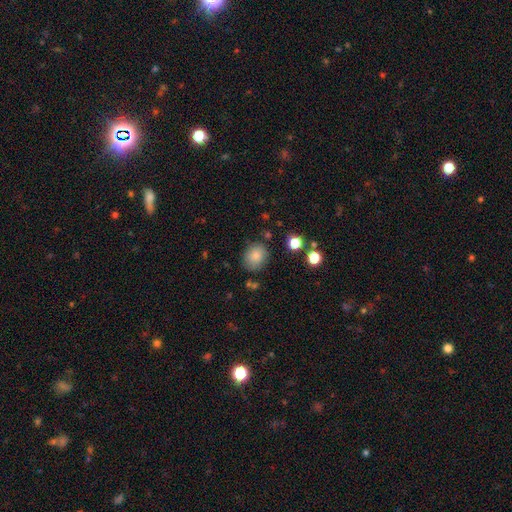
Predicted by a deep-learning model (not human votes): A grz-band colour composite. It shows a smooth galaxy with no disk features (83%) that is round (62%). Merging: none (80%).